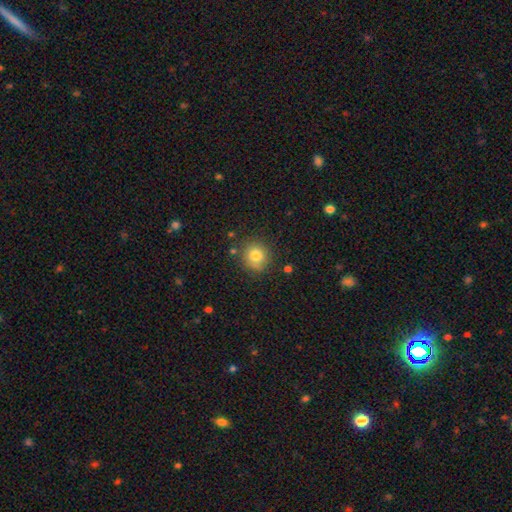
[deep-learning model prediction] Q: Smooth or featured?
A: smooth (79%); runner-up: star or artifact (11%)
Q: How rounded?
A: round (86%); runner-up: in between (13%)
Q: Merging?
A: none (79%); runner-up: minor disturbance (14%)